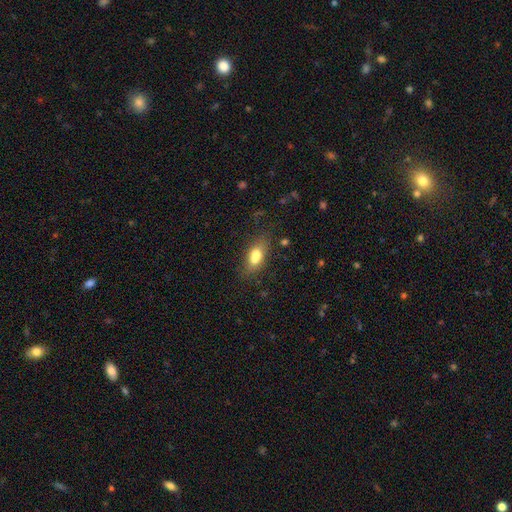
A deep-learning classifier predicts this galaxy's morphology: Smooth or featured? Predicted: smooth (p=0.72). How rounded? Predicted: in between (p=0.81). Merging? Predicted: none (p=0.53).